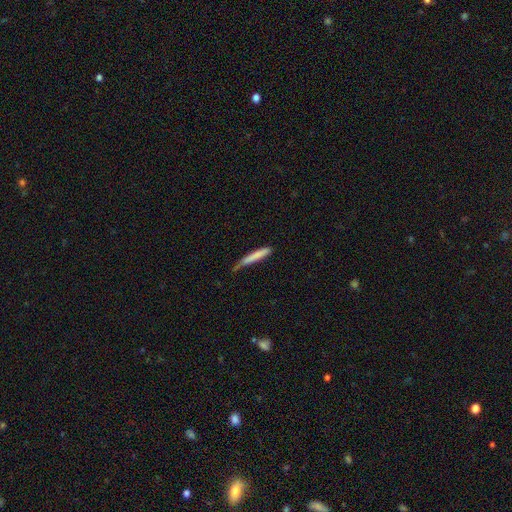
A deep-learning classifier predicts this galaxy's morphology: Q: Smooth or featured?
A: smooth (77%); runner-up: featured or disk (17%)
Q: How rounded?
A: cigar-shaped (95%); runner-up: in between (4%)
Q: Merging?
A: none (59%); runner-up: minor disturbance (31%)